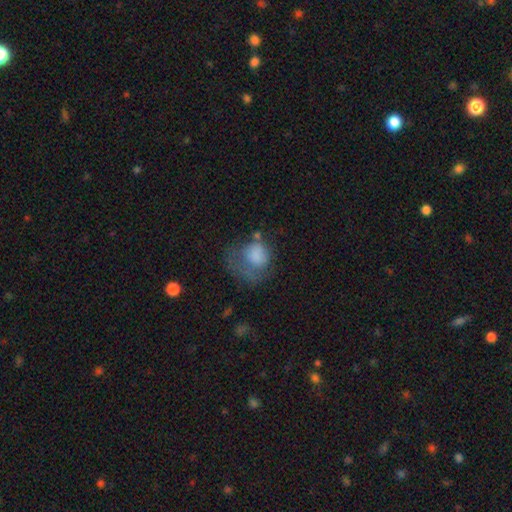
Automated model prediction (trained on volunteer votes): smooth-or-featured: smooth: 68% | featured or disk: 23% | star or artifact: 10%
  how-rounded: round: 62% | in between: 37% | cigar-shaped: 1%
  merging: major disturbance: 47% | none: 24% | minor disturbance: 22% | merger: 7%